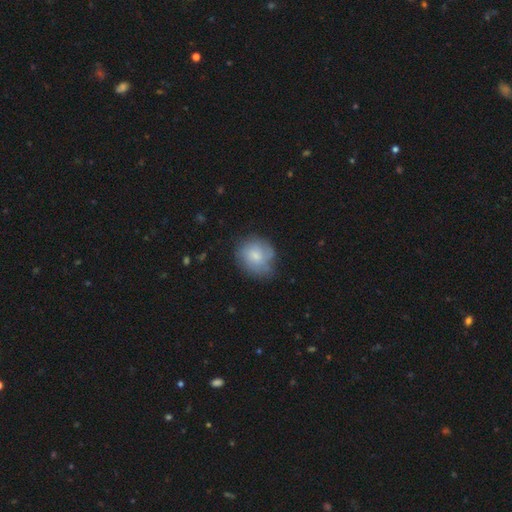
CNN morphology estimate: Smooth or featured? Predicted: smooth (p=0.66). How rounded? Predicted: round (p=0.75). Merging? Predicted: none (p=0.60).